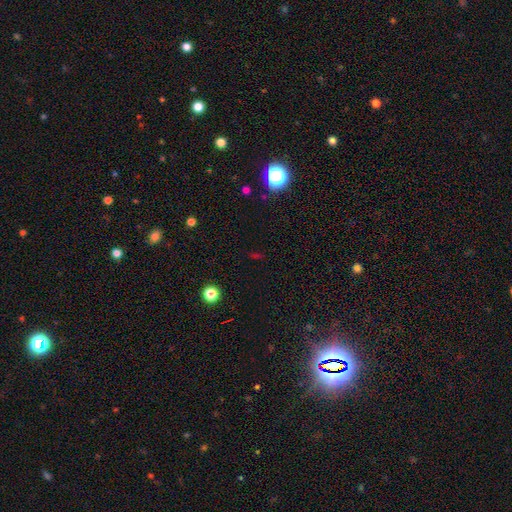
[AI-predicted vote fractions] Overall: star or artifact (61%; smooth 31%).